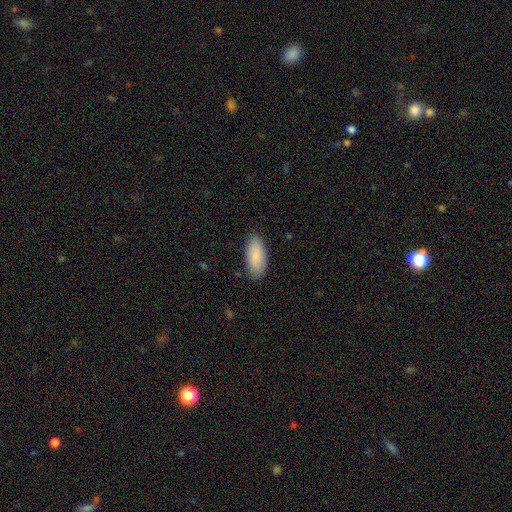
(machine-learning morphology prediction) The model was most divided on "merging": none: 84%, minor disturbance: 12%, major disturbance: 2%, merger: 1%. More confident: how rounded — in between (89%); smooth or featured — smooth (87%).